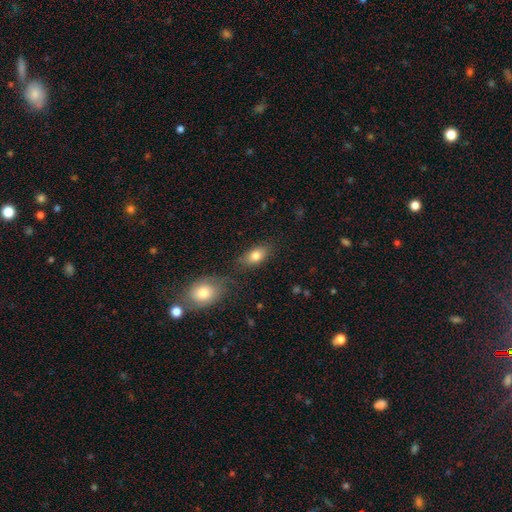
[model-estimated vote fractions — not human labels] The model was most divided on "merging": none: 73%, minor disturbance: 15%, merger: 8%, major disturbance: 5%. More confident: how rounded — in between (86%); smooth or featured — smooth (80%).